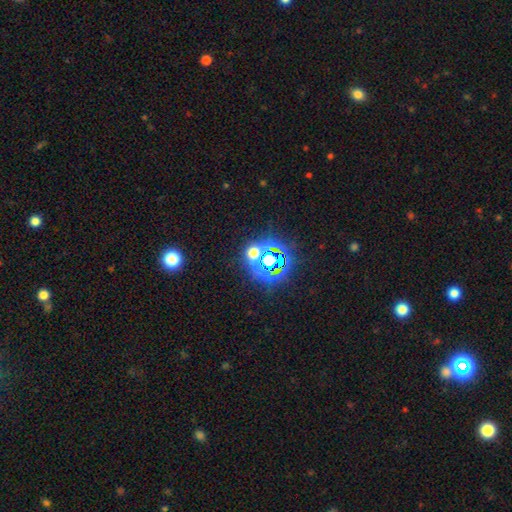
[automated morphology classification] A star or artifact, not a galaxy (75%).

Vote fractions:
- Smooth or featured? star or artifact: 75% / smooth: 16% / featured or disk: 9%